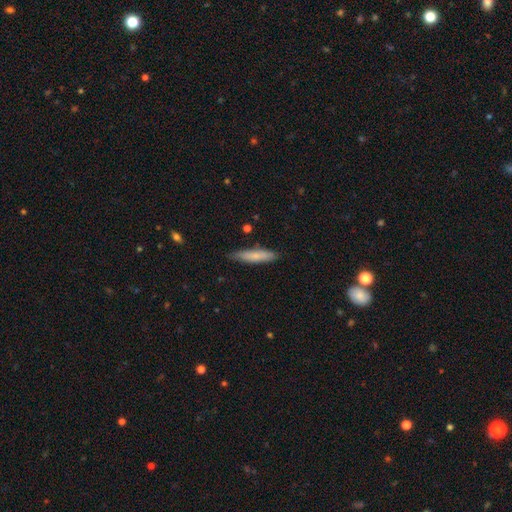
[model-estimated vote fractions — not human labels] This appears to be a smooth galaxy with no disk features (75%) that is cigar-shaped (83%). Merging: none (81%).